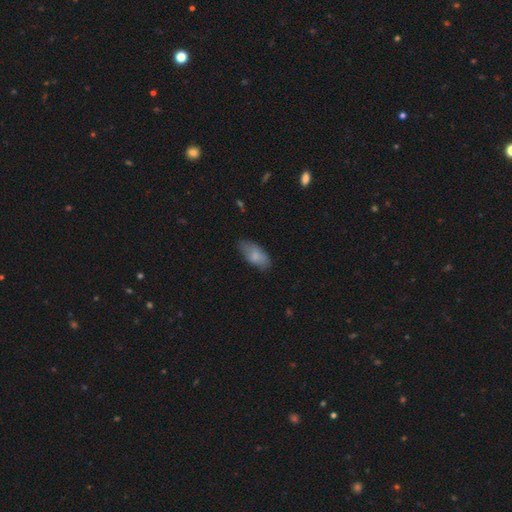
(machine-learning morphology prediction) This appears to be a smooth galaxy with no disk features (80%) that is in between round and cigar-shaped (91%). Merging: none (66%).